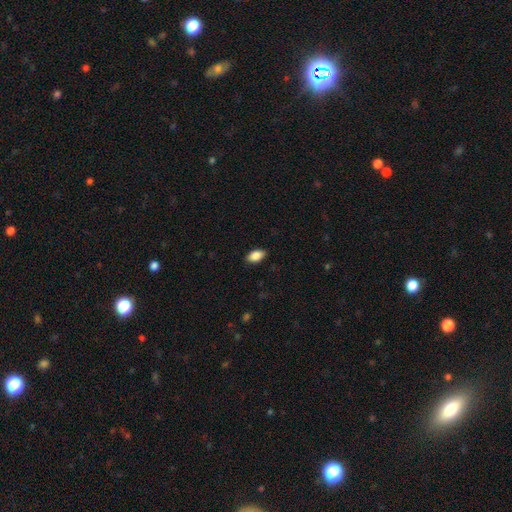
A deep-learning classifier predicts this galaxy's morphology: Smooth or featured?
  - smooth: 86% *
  - star or artifact: 7%
  - featured or disk: 7%
How rounded?
  - in between: 91% *
  - round: 6%
  - cigar-shaped: 3%
Merging?
  - none: 87% *
  - minor disturbance: 10%
  - major disturbance: 2%
  - merger: 1%